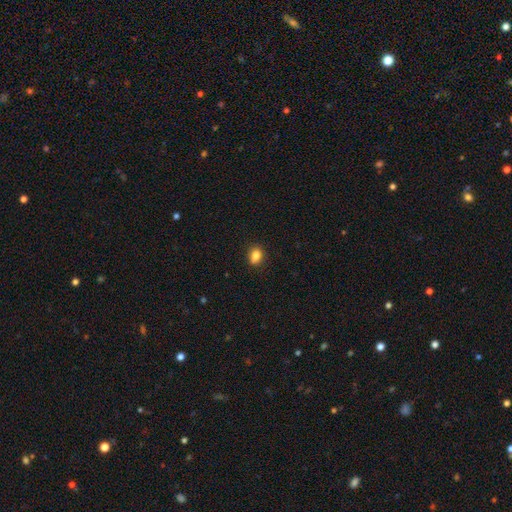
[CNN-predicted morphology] Smooth or featured? Predicted: smooth (p=0.82). How rounded? Predicted: in between (p=0.53). Merging? Predicted: none (p=0.74).